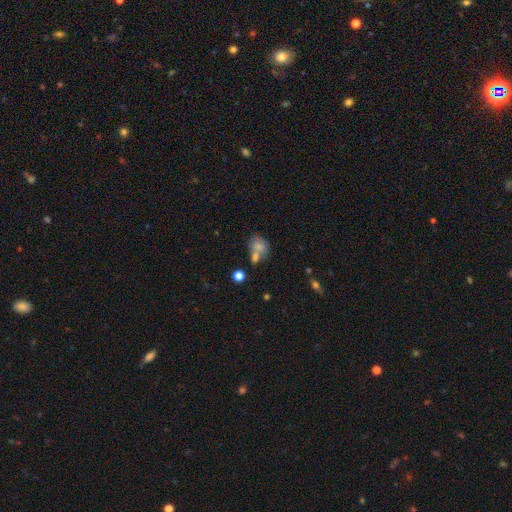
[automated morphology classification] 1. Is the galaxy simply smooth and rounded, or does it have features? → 71% smooth, 17% featured or disk, 12% star or artifact.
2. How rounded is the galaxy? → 54% in between, 44% round, 2% cigar-shaped.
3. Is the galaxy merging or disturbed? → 43% merger, 36% none, 14% minor disturbance, 7% major disturbance.